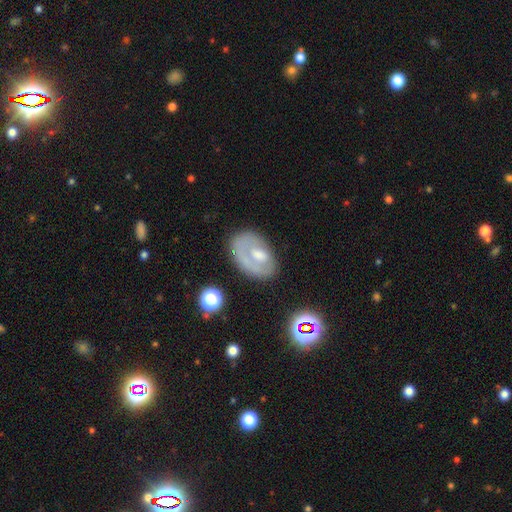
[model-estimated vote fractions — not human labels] Smooth or featured?
  - featured or disk: 49% *
  - smooth: 42%
  - star or artifact: 9%
Merging?
  - none: 58% *
  - minor disturbance: 23%
  - major disturbance: 15%
  - merger: 4%